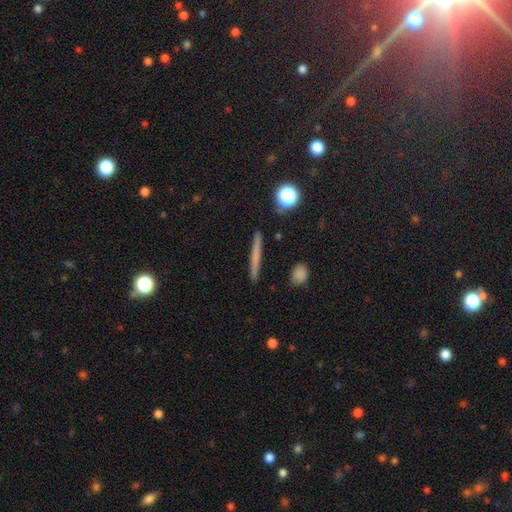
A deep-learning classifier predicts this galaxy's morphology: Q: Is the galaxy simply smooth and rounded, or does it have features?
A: smooth — 59%.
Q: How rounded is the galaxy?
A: cigar-shaped — 94%.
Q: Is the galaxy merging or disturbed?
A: none — 91%.